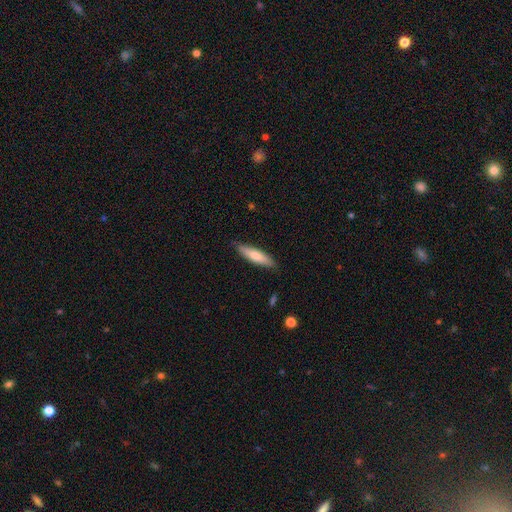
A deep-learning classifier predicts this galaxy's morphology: The model was most divided on "how rounded": cigar-shaped: 72%, in between: 27%, round: 1%. More confident: merging — none (85%); smooth or featured — smooth (73%).